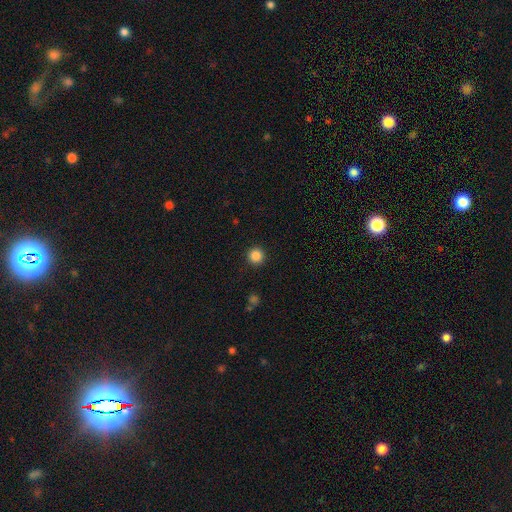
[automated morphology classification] Smooth or featured? Predicted: smooth (p=0.86). How rounded? Predicted: round (p=0.96). Merging? Predicted: none (p=0.93).